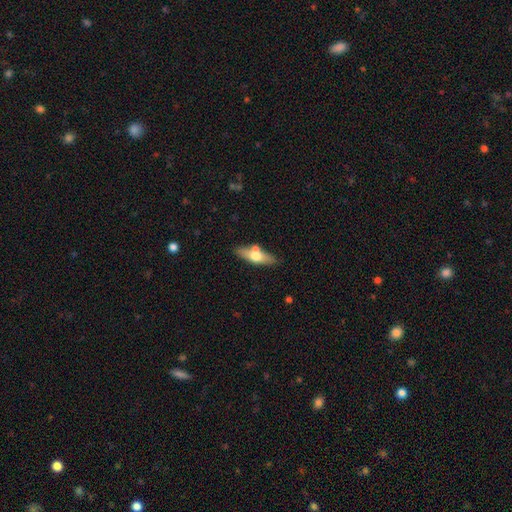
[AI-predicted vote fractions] smooth 53%, featured or disk 41%, star or artifact 6%. Down the decision tree: how rounded — cigar-shaped (49%); merging — none (73%).